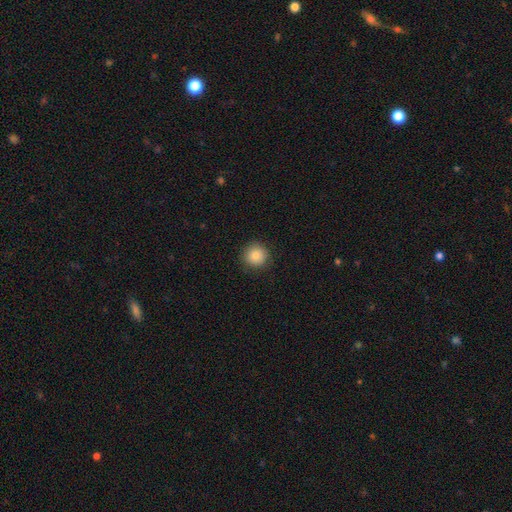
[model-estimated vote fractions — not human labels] Smooth or featured? Predicted: smooth (p=0.86). How rounded? Predicted: round (p=0.94). Merging? Predicted: none (p=0.90).